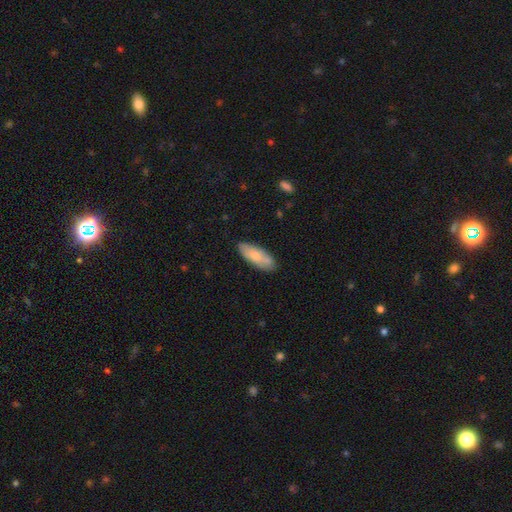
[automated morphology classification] Smooth or featured: smooth — 73% (featured or disk — 22%)
How rounded: in between — 75% (cigar-shaped — 23%)
Merging: none — 76% (minor disturbance — 18%)